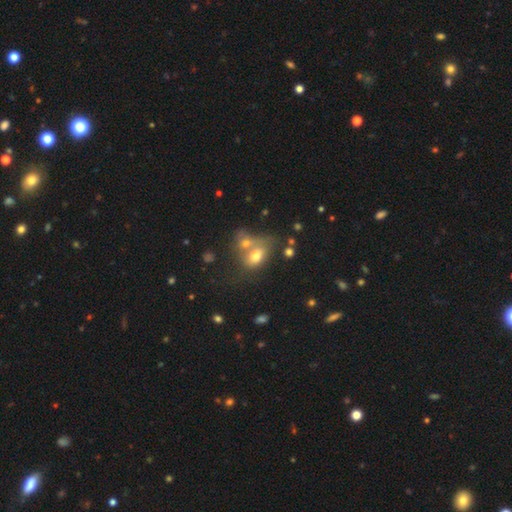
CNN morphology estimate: Smooth or featured? smooth (70%)
How rounded? in between (79%)
Merging? merger (51%)